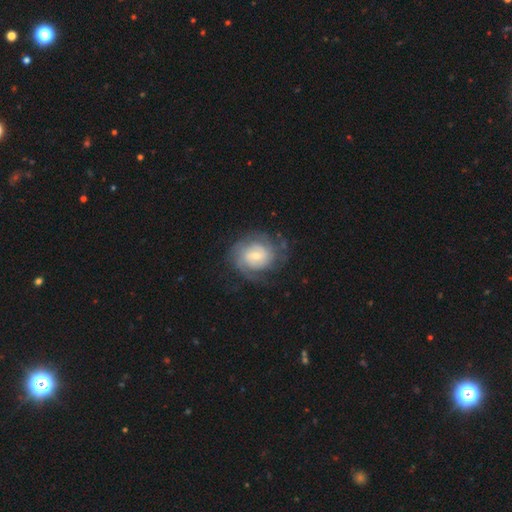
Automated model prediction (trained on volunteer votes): Morphology: type=featured or disk (71%); edge-on=no (98%); bar=no (48%); spiral arms=yes (89%); winding=tight (58%); arm count=can't tell (43%); bulge=small (60%); merging=none (67%).